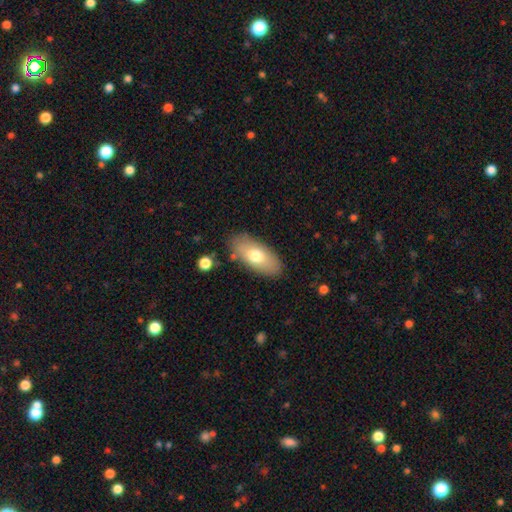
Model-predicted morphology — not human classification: Overall: smooth (70%). How rounded: in between (88%). Merging: none (82%).